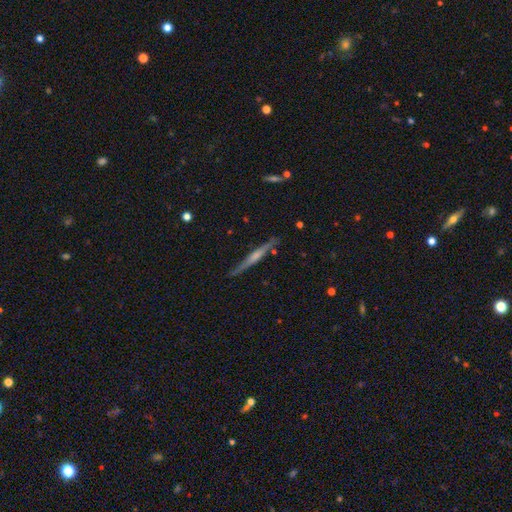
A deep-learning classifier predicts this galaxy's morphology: A featured or disk galaxy (64%) viewed edge-on (97%) with a rounded central bulge (42%). Merging: none (84%).